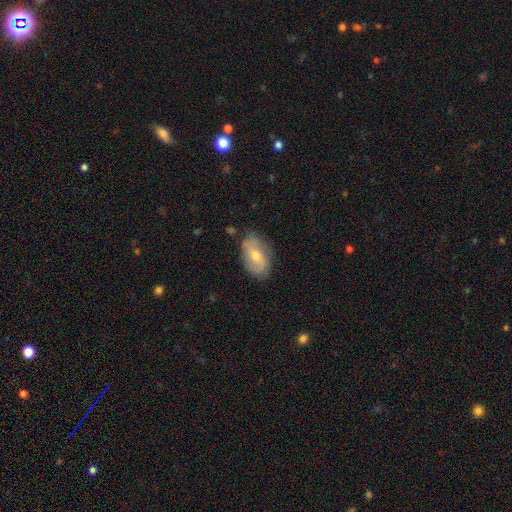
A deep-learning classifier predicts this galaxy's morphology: This is possibly a featured or disk galaxy (52%). It is clearly not viewed edge-on (93%). Merging: likely none (77%).